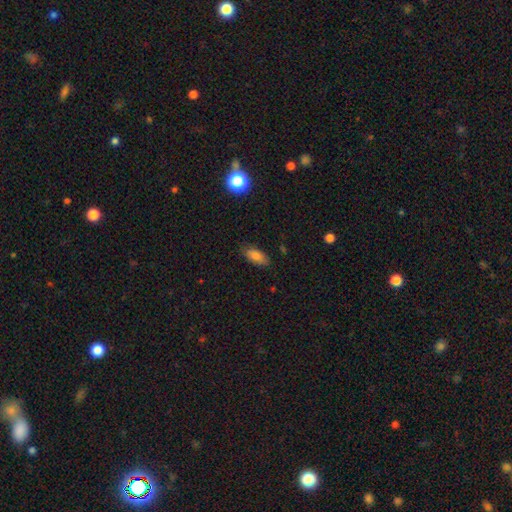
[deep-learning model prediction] smooth 82%, featured or disk 9%, star or artifact 9%. Down the decision tree: how rounded — in between (88%); merging — none (81%).